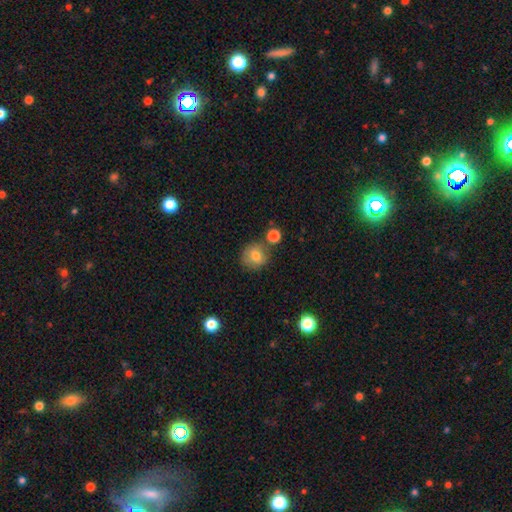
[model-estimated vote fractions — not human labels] The model was most divided on "merging": none: 70%, minor disturbance: 14%, merger: 13%, major disturbance: 4%. More confident: how rounded — round (85%); smooth or featured — smooth (77%).